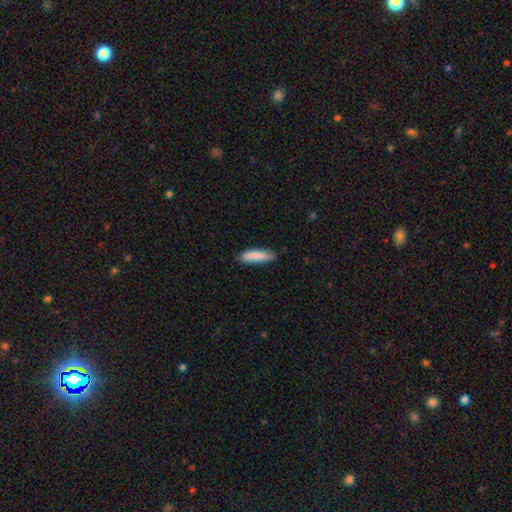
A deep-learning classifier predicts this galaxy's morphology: Overall: smooth (85%). How rounded: cigar-shaped (61%; in between 38%). Merging: none (78%).